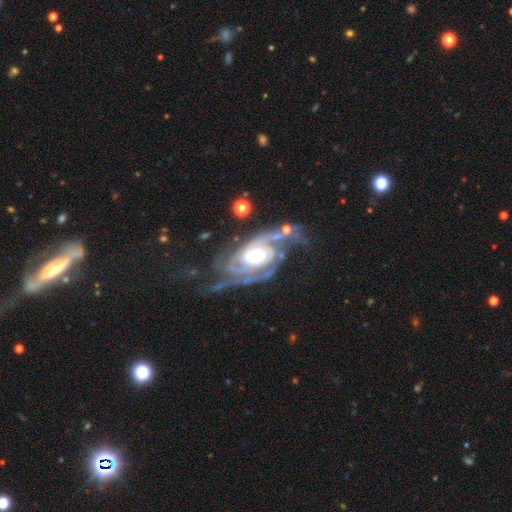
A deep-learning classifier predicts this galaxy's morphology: smooth-or-featured: featured or disk: 91% | star or artifact: 4% | smooth: 4%
  disk-edge-on: no: 97% | yes: 3%
    bar: no: 53% | weak: 30% | strong: 17%
    has-spiral-arms: yes: 97% | no: 3%
      spiral-winding: tight: 47% | medium: 40% | loose: 13%
      spiral-arm-count: 2: 43% | 3: 24% | can't tell: 15% | 4: 7% | 1: 6% | more than 4: 6%
    bulge-size: moderate: 64% | large: 25% | small: 9% | dominant: 2% | none: 1%
  merging: none: 45% | major disturbance: 27% | minor disturbance: 21% | merger: 6%